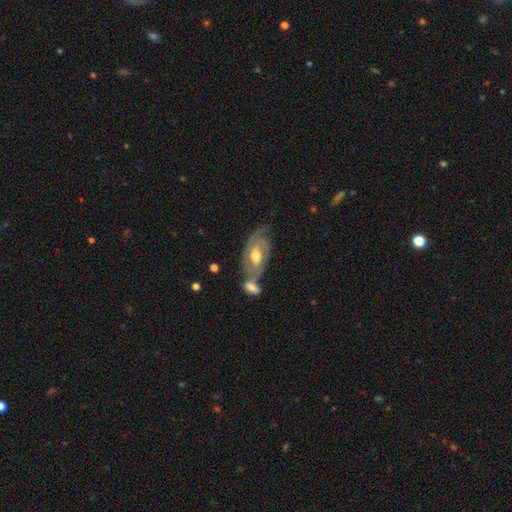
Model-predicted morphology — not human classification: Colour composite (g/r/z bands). It shows a featured or disk galaxy (80%) with a weak bar (43%), 2 (62%) tight (52%) spiral arms (92%) and a moderate central bulge (73%). Merging: none (44%).